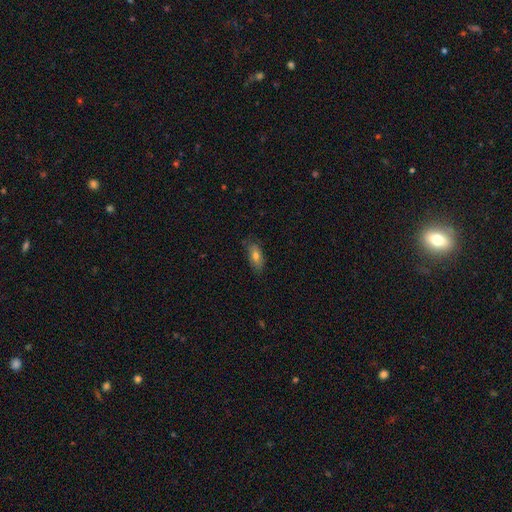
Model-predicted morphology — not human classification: This is likely a smooth galaxy (74%). How rounded: clearly in between (84%). Merging: likely none (74%).